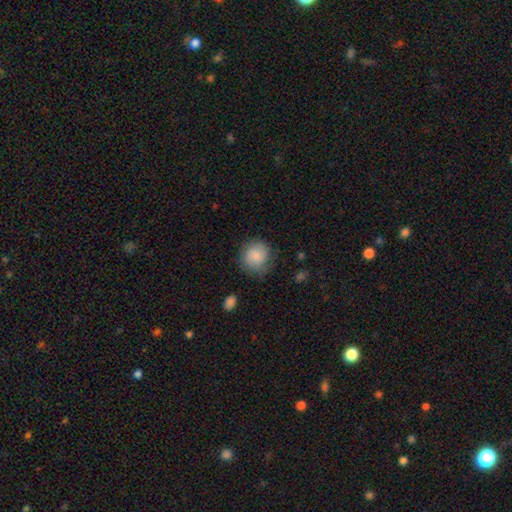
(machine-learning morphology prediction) A smooth galaxy with no disk features (83%) that is round (88%). Merging: none (75%).